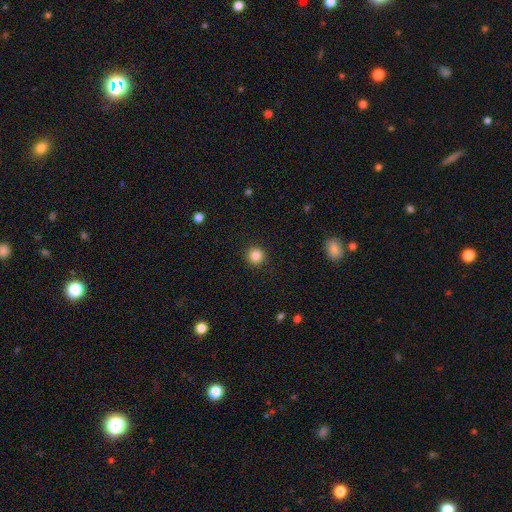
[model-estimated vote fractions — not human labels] Smooth or featured: smooth — 85% (star or artifact — 11%)
How rounded: round — 94% (in between — 5%)
Merging: none — 92% (minor disturbance — 5%)